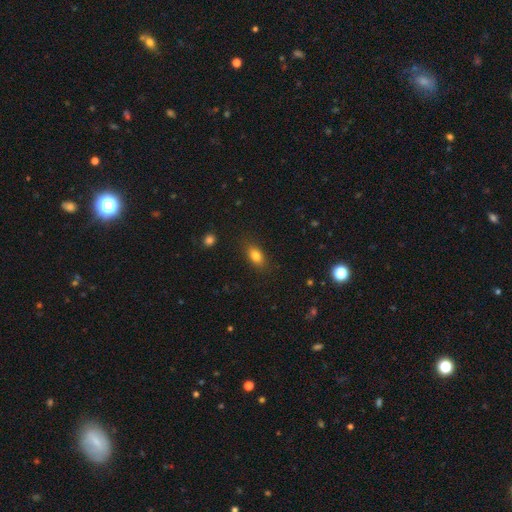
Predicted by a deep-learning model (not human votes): A smooth galaxy with no disk features (82%) that is in between round and cigar-shaped (84%). Merging: none (85%).